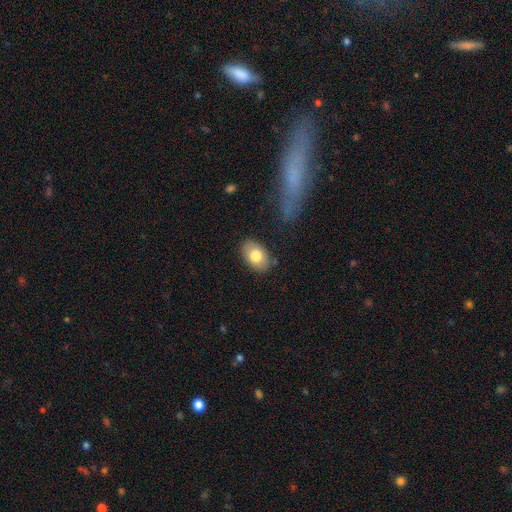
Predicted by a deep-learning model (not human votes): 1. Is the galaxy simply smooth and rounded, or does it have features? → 78% smooth, 16% featured or disk, 7% star or artifact.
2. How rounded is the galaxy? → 90% in between, 9% round, 1% cigar-shaped.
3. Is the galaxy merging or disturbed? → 82% none, 13% minor disturbance, 3% major disturbance, 2% merger.